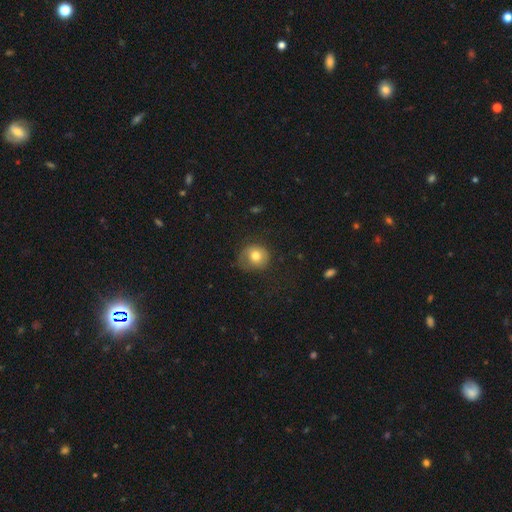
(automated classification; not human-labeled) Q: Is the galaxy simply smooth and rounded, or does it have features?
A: smooth — 72%.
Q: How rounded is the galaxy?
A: round — 76%.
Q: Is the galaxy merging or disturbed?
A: none — 56%.